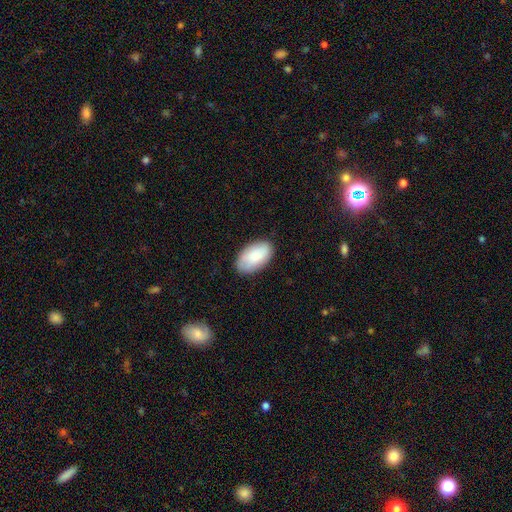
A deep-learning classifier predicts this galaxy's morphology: smooth_or_featured: smooth (p=0.83) [alt: featured or disk p=0.11]
how_rounded: in between (p=0.95) [alt: round p=0.03]
merging: none (p=0.84) [alt: minor disturbance p=0.13]